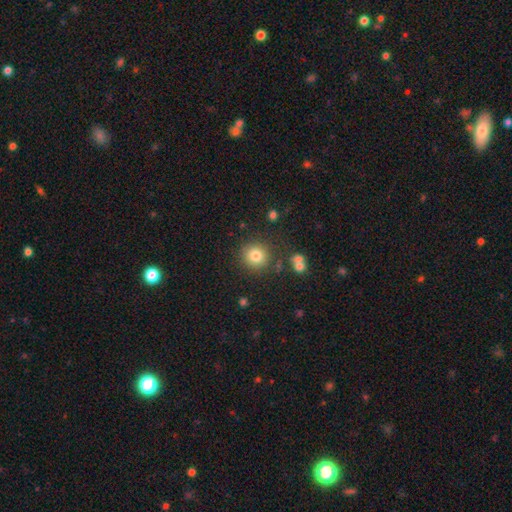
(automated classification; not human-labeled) Smooth or featured?
  - smooth: 80% *
  - star or artifact: 12%
  - featured or disk: 8%
How rounded?
  - round: 92% *
  - in between: 7%
  - cigar-shaped: 1%
Merging?
  - none: 85% *
  - minor disturbance: 8%
  - merger: 4%
  - major disturbance: 3%